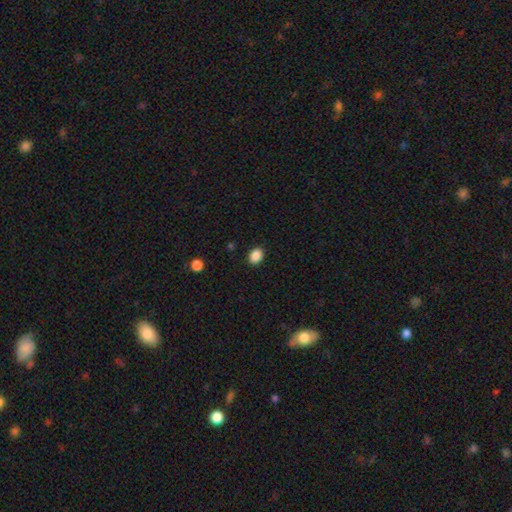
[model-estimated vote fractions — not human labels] A smooth galaxy with no disk features (88%) that is in between round and cigar-shaped (61%). Merging: none (90%).